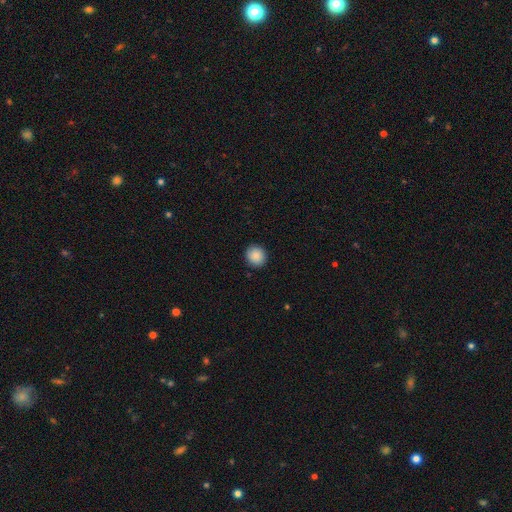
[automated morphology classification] smooth 89%, star or artifact 8%, featured or disk 3%. Down the decision tree: how rounded — round (90%); merging — none (91%).